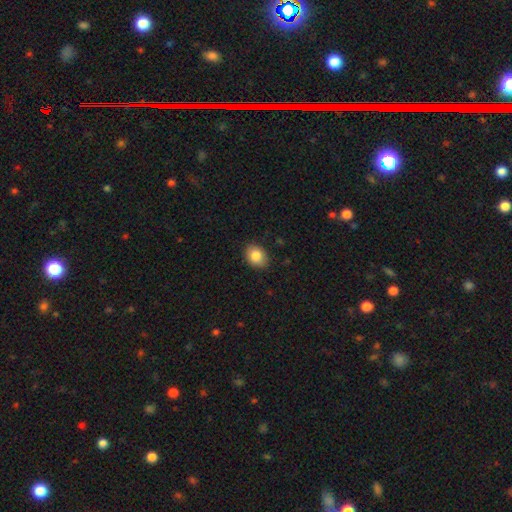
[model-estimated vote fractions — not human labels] This is clearly a smooth galaxy (85%). How rounded: likely in between (64%). Merging: clearly none (86%).